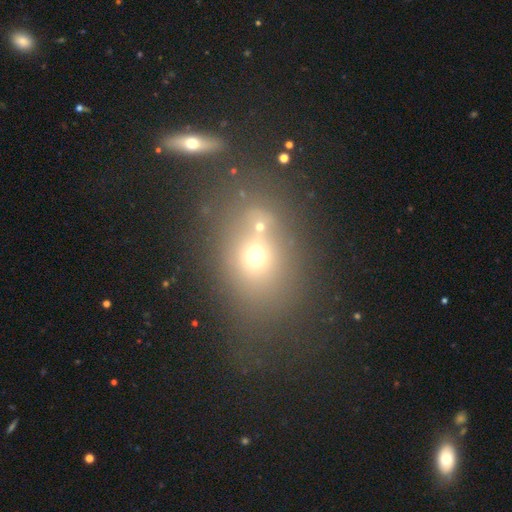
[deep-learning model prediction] Smooth or featured: smooth — 57% (star or artifact — 24%)
How rounded: in between — 51% (round — 46%)
Merging: none — 48% (merger — 32%)